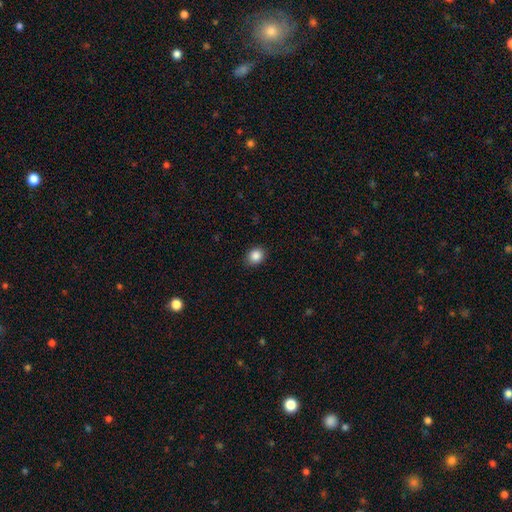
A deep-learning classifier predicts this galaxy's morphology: The model was most divided on "how rounded": round: 67%, in between: 33%, cigar-shaped: 1%. More confident: merging — none (88%); smooth or featured — smooth (86%).